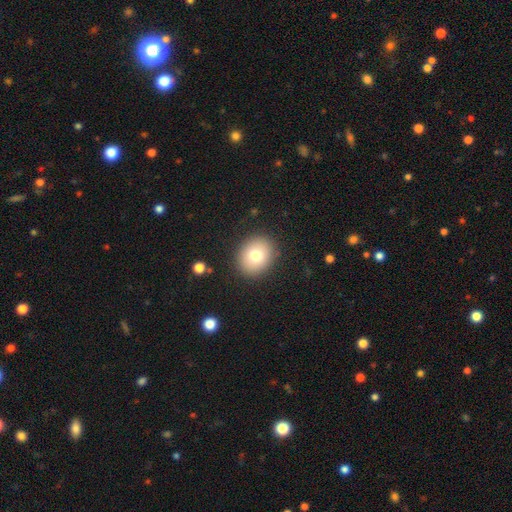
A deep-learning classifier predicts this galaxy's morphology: smooth 76%, featured or disk 14%, star or artifact 10%. Down the decision tree: how rounded — round (61%); merging — none (88%).